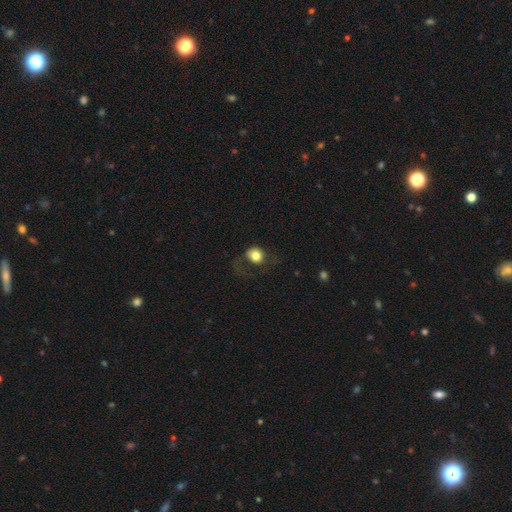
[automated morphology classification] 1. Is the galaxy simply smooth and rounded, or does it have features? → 78% smooth, 12% featured or disk, 10% star or artifact.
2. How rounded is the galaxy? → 75% round, 23% in between, 1% cigar-shaped.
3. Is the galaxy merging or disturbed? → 45% none, 34% major disturbance, 19% minor disturbance, 2% merger.